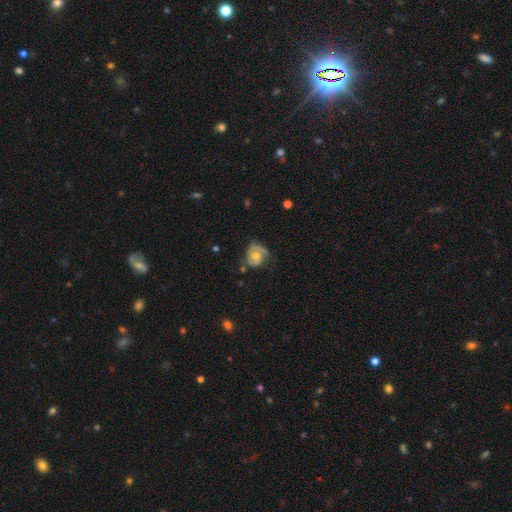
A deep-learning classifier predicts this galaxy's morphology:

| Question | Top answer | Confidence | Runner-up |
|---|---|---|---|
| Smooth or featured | featured or disk | 67% | smooth (26%) |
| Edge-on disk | no | 97% | yes (3%) |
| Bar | no | 73% | weak (22%) |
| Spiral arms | yes | 85% | no (15%) |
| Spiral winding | tight | 47% | medium (36%) |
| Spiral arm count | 2 | 54% | 1 (26%) |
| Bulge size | moderate | 67% | small (25%) |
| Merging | none | 51% | minor disturbance (29%) |